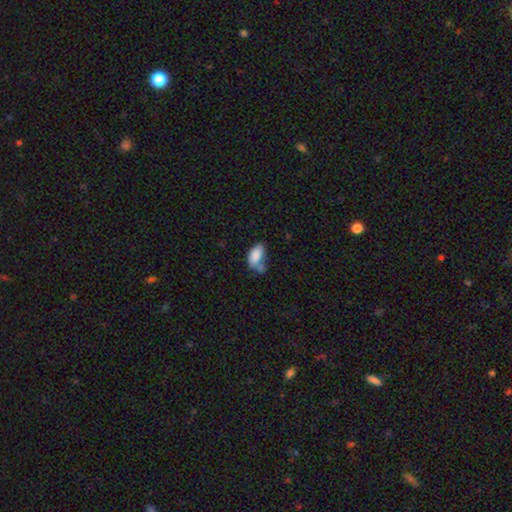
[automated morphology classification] This appears to be a smooth galaxy with no disk features (83%) that is in between round and cigar-shaped (93%). Merging: none (37%).